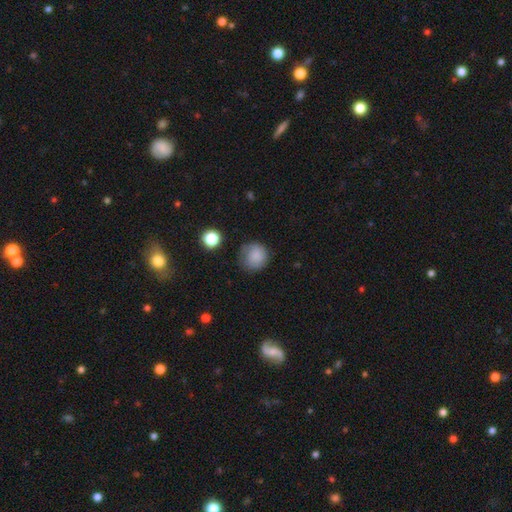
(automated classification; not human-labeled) Morphology: type=smooth (82%); roundness=round (90%); merging=none (70%).